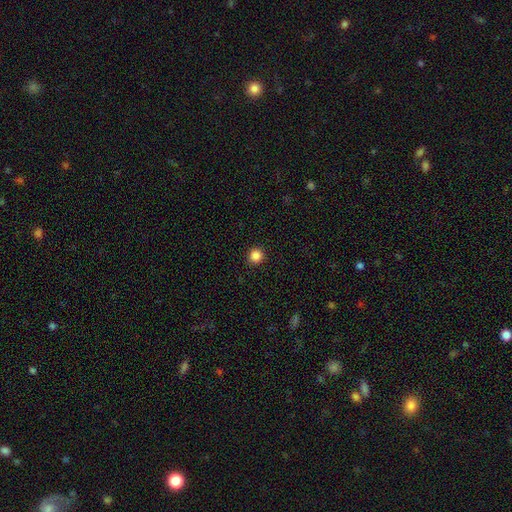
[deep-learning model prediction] This is clearly a smooth galaxy (86%). How rounded: clearly round (94%). Merging: clearly none (93%).